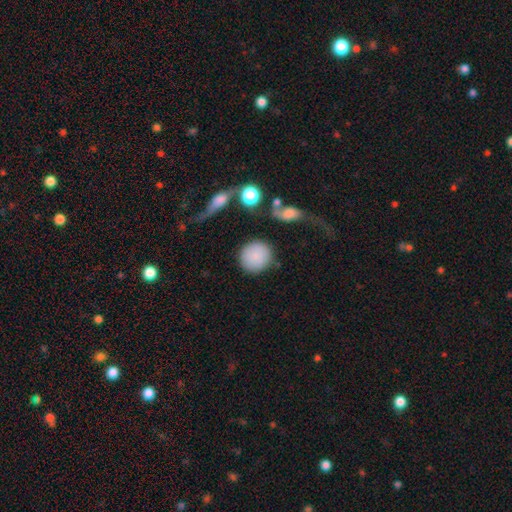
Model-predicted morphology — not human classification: A smooth galaxy with no disk features (84%) that is round (91%).

Vote fractions:
- Smooth or featured? smooth: 84% / featured or disk: 8% / star or artifact: 8%
- How rounded? round: 91% / in between: 8% / cigar-shaped: 1%
- Merging? none: 82% / minor disturbance: 10% / major disturbance: 5% / merger: 4%